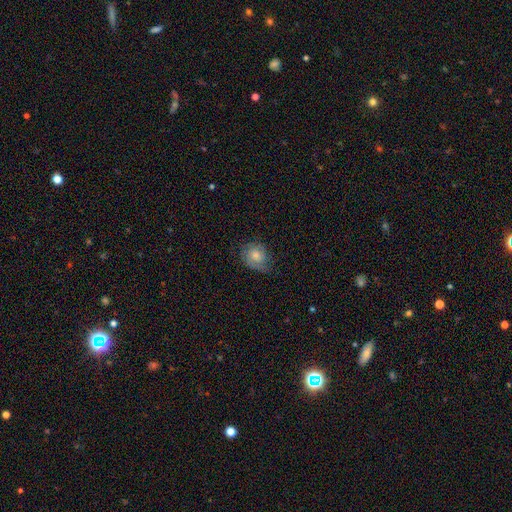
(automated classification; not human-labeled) Smooth or featured? smooth (49%)
Merging? none (58%)